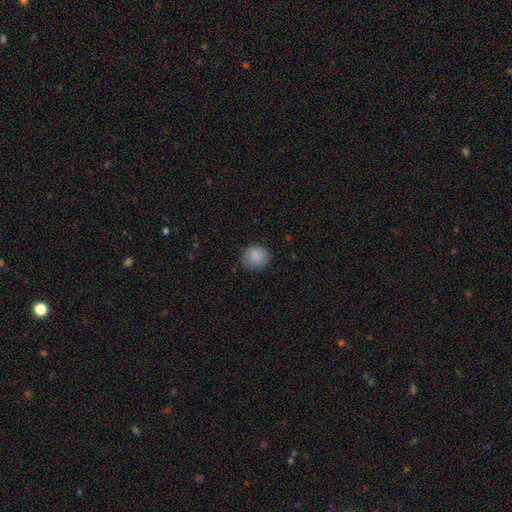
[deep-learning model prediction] A smooth galaxy with no disk features (84%) that is round (81%).

Vote fractions:
- Smooth or featured? smooth: 84% / featured or disk: 8% / star or artifact: 8%
- How rounded? round: 81% / in between: 18% / cigar-shaped: 1%
- Merging? none: 81% / minor disturbance: 14% / major disturbance: 4% / merger: 1%